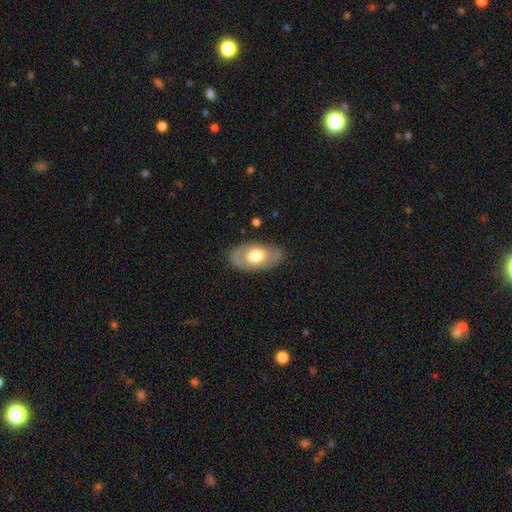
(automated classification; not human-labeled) This is possibly a smooth galaxy (48%). Merging: likely none (79%).